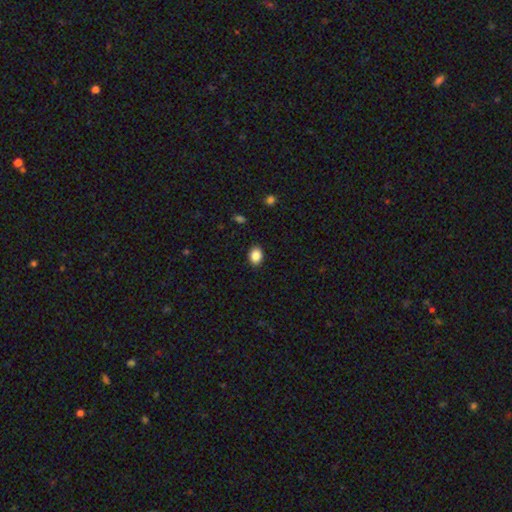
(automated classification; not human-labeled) Morphology: type=smooth (87%); roundness=in between (63%); merging=none (90%).